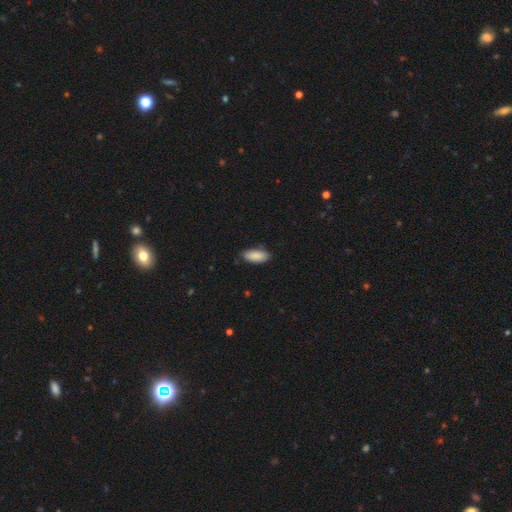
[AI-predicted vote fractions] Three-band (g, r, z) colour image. It shows a smooth galaxy with no disk features (89%) that is in between round and cigar-shaped (86%). Merging: none (82%).